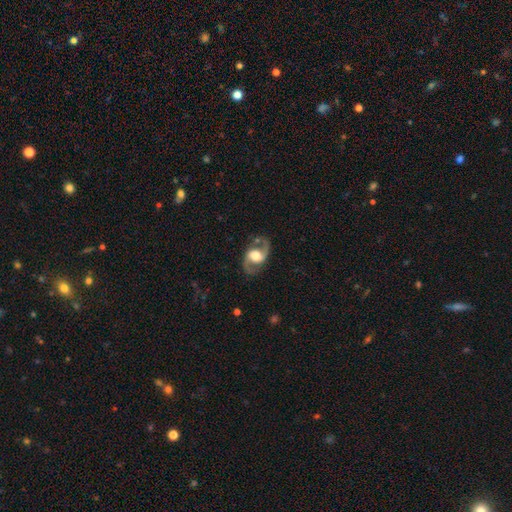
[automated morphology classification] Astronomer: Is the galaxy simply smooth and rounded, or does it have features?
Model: featured or disk — 86%.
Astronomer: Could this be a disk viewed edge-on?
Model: no — 97%.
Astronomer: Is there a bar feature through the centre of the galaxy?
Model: no — 46% (runner-up: weak, 39%).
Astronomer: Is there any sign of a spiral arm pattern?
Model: yes — 95%.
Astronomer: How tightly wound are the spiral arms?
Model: medium — 47% (runner-up: loose, 43%).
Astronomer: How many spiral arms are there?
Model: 2 — 93%.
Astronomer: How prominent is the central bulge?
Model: large — 46% (runner-up: moderate, 39%).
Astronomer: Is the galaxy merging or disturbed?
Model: none — 78%.